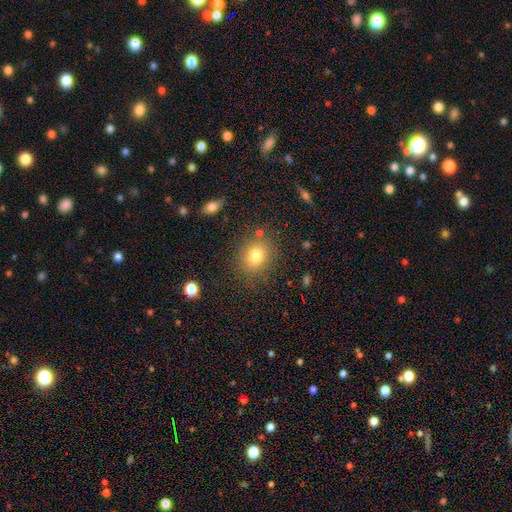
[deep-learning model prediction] Q: Smooth or featured?
A: smooth (77%); runner-up: star or artifact (13%)
Q: How rounded?
A: round (69%); runner-up: in between (30%)
Q: Merging?
A: none (82%); runner-up: minor disturbance (11%)